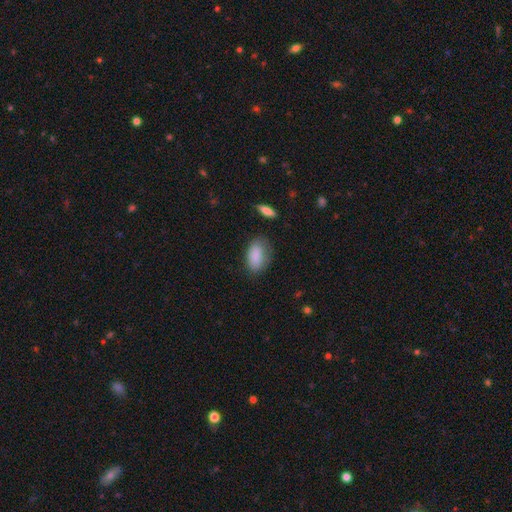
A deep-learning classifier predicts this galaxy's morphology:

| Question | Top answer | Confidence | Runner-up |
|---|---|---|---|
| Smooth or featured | smooth | 87% | star or artifact (7%) |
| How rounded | in between | 91% | round (7%) |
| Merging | none | 66% | minor disturbance (24%) |